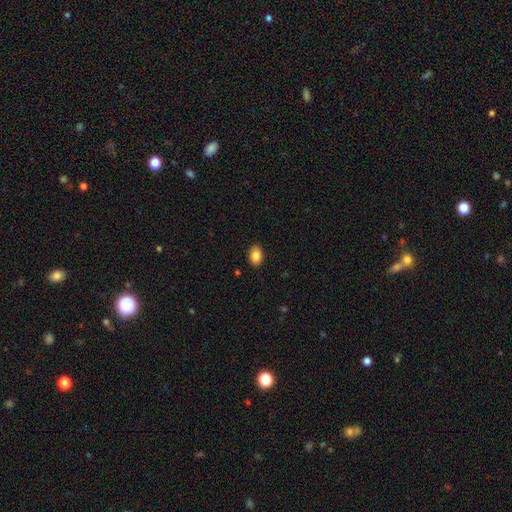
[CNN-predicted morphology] This appears to be a smooth galaxy with no disk features (85%) that is in between round and cigar-shaped (82%). Merging: none (89%).